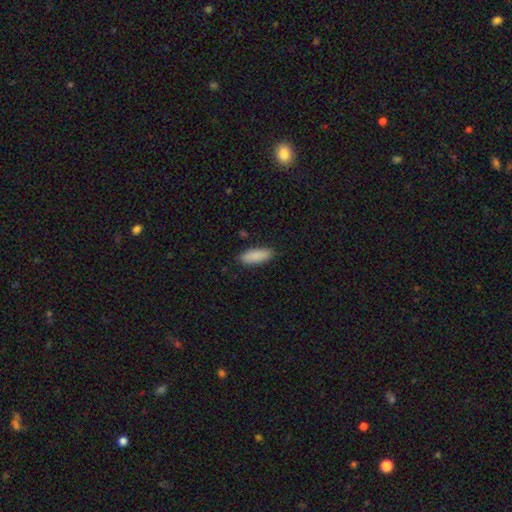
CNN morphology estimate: A smooth galaxy with no disk features (89%) that is in between round and cigar-shaped (62%).

Vote fractions:
- Smooth or featured? smooth: 89% / star or artifact: 6% / featured or disk: 5%
- How rounded? in between: 62% / cigar-shaped: 36% / round: 2%
- Merging? none: 87% / minor disturbance: 10% / major disturbance: 2% / merger: 1%